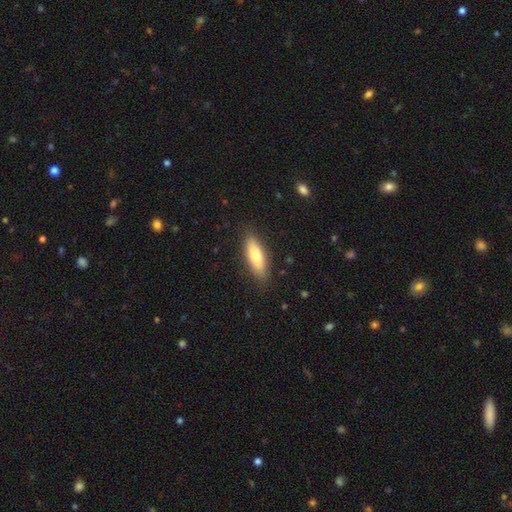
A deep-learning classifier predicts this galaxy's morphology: Smooth or featured? Predicted: smooth (p=0.73). How rounded? Predicted: in between (p=0.52). Merging? Predicted: none (p=0.86).